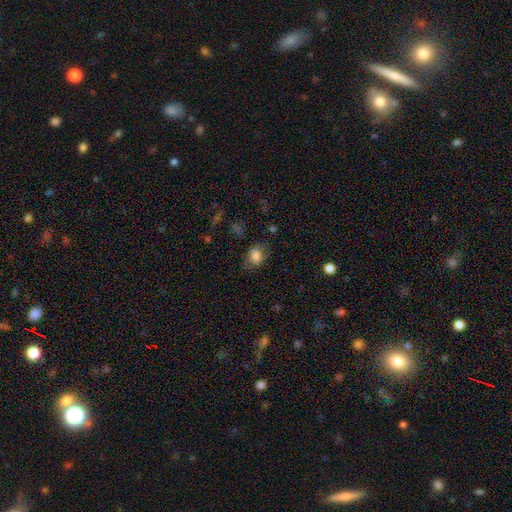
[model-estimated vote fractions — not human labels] smooth 77%, featured or disk 13%, star or artifact 10%. Down the decision tree: how rounded — in between (64%); merging — none (64%).